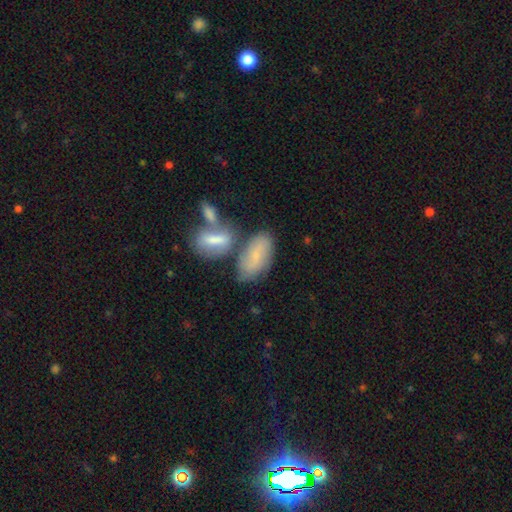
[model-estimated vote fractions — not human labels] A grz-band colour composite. It shows a smooth galaxy with no disk features (54%) that is in between round and cigar-shaped (87%). Merging: none (42%).